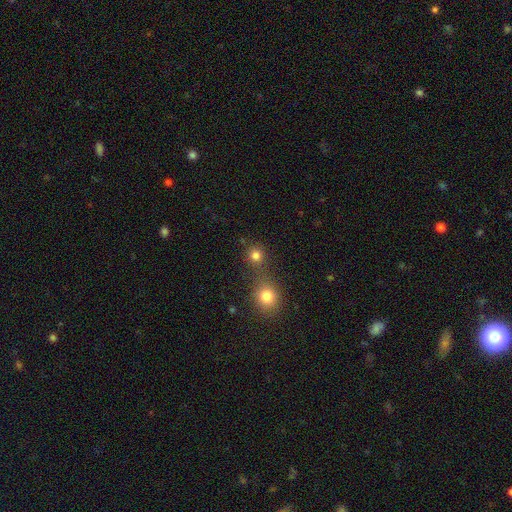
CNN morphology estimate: smooth_or_featured: smooth (p=0.80) [alt: star or artifact p=0.14]
how_rounded: round (p=0.90) [alt: in between p=0.09]
merging: none (p=0.58) [alt: merger p=0.32]